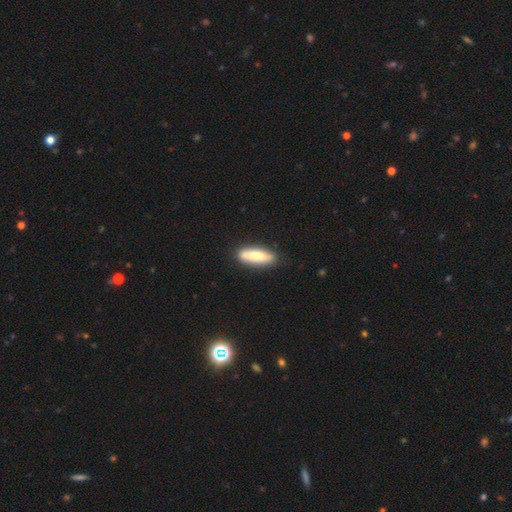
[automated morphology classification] A smooth galaxy with no disk features (73%) that is cigar-shaped (57%). Merging: none (83%).